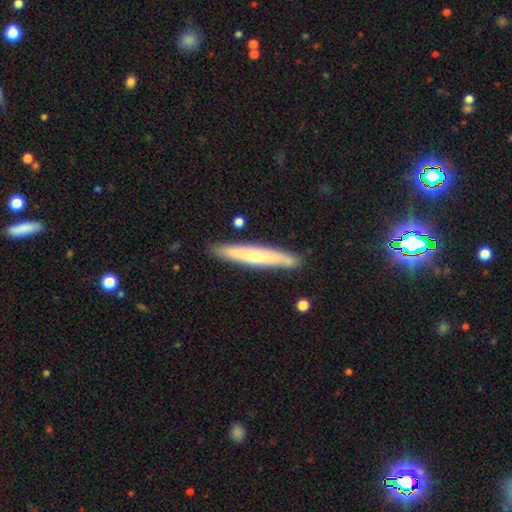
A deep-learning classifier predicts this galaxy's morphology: This appears to be a smooth galaxy with no disk features (50%) that is cigar-shaped (93%). Merging: none (85%).